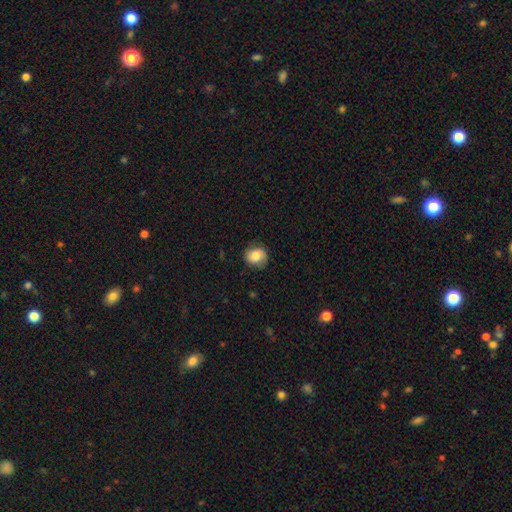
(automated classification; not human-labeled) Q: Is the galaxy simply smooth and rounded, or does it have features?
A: smooth — 74%.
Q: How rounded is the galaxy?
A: round — 74%.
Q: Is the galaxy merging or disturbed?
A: none — 77%.